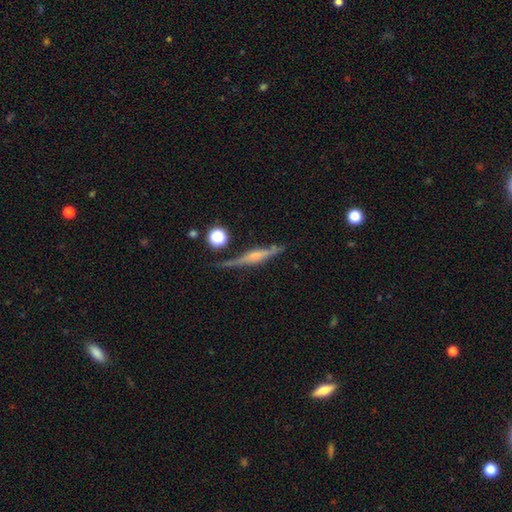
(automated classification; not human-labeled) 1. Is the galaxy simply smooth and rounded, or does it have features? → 70% featured or disk, 22% smooth, 8% star or artifact.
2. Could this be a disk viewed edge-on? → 96% yes, 4% no.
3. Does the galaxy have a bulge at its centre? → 50% rounded, 30% boxy, 19% none.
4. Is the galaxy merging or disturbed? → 79% none, 14% minor disturbance, 4% major disturbance, 3% merger.